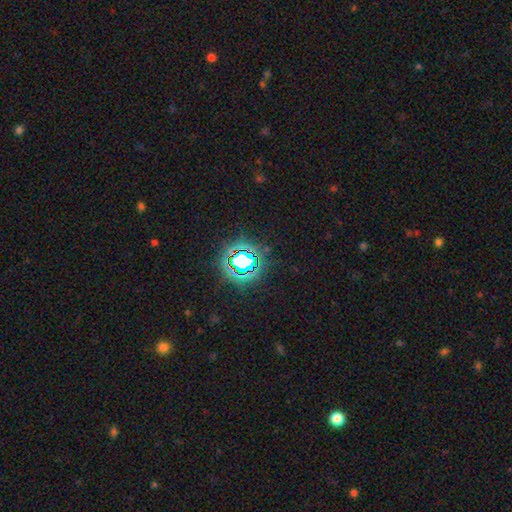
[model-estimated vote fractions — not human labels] Smooth or featured?
  - star or artifact: 80% *
  - smooth: 13%
  - featured or disk: 7%